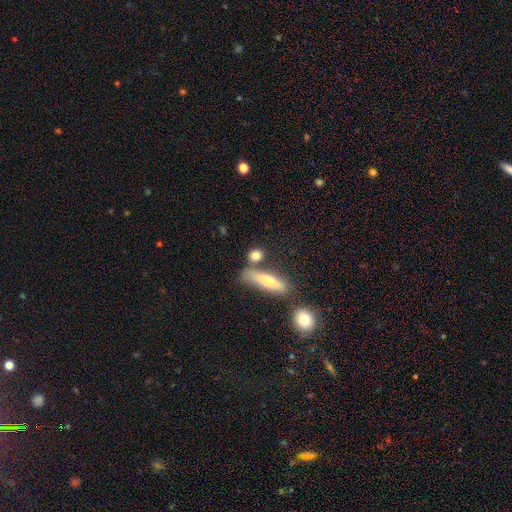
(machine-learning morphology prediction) This appears to be a smooth galaxy with no disk features (79%) that is round (47%). Merging: none (65%).